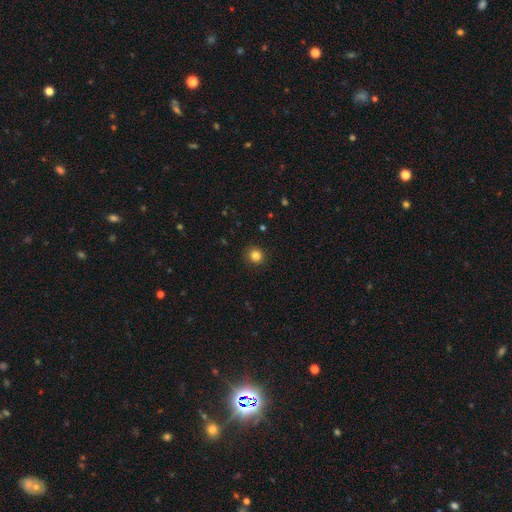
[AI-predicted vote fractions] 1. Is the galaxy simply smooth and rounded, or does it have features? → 83% smooth, 12% star or artifact, 5% featured or disk.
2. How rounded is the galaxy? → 92% round, 8% in between, 1% cigar-shaped.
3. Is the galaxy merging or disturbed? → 92% none, 6% minor disturbance, 2% major disturbance, 1% merger.